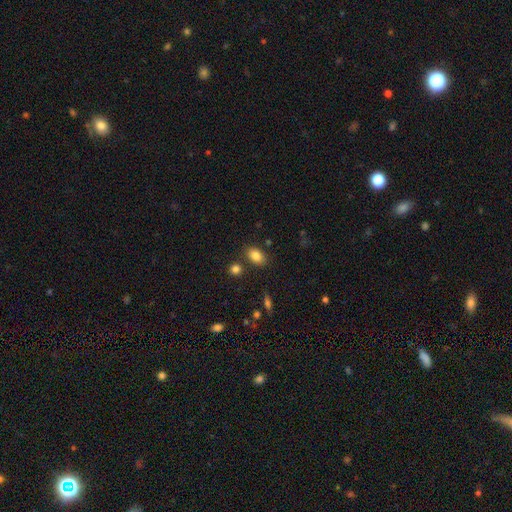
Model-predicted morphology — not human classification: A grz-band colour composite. It shows a smooth galaxy with no disk features (83%) that is in between round and cigar-shaped (83%). Merging: none (79%).